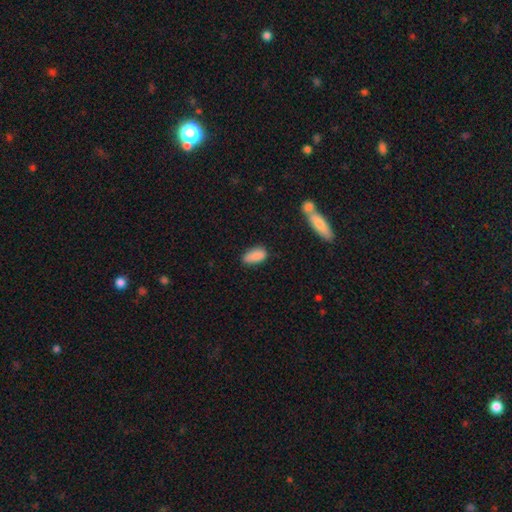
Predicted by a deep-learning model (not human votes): Morphology: type=smooth (87%); roundness=in between (88%); merging=none (67%).